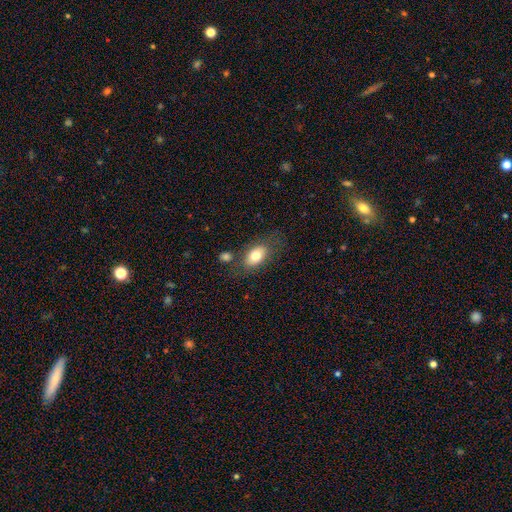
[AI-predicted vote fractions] Smooth or featured? smooth (75%)
How rounded? in between (87%)
Merging? none (69%)